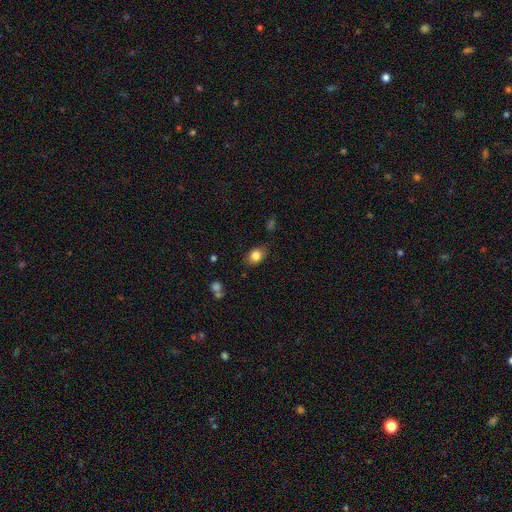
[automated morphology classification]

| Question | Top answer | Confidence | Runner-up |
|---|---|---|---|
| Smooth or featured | smooth | 83% | star or artifact (9%) |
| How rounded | in between | 62% | round (37%) |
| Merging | none | 78% | minor disturbance (17%) |